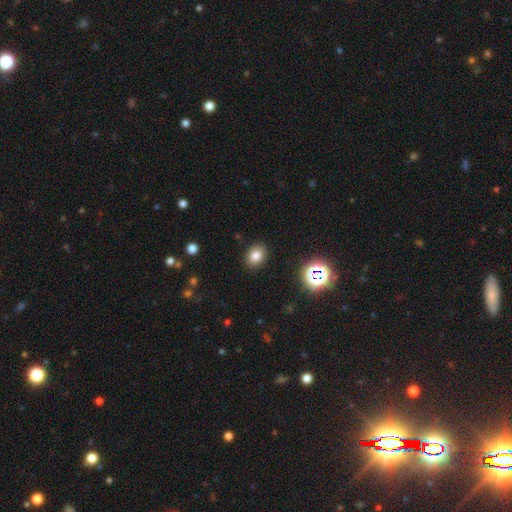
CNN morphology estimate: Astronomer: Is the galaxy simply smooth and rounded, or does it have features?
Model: smooth — 80%.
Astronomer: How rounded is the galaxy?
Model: in between — 61% (runner-up: round, 38%).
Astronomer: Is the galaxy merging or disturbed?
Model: none — 89%.